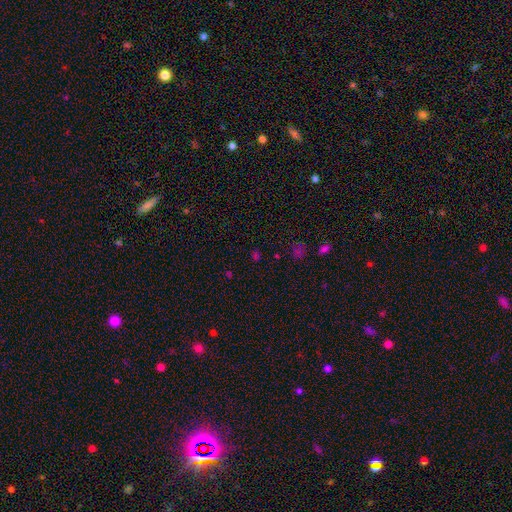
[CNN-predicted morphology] smooth 47%, star or artifact 46%, featured or disk 6%. Down the decision tree: merging — none (79%).